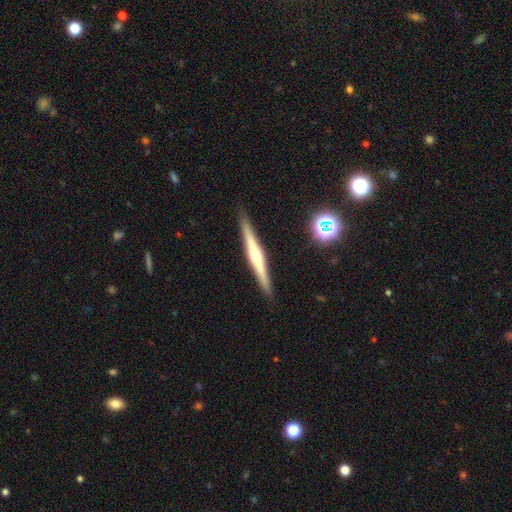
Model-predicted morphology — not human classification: Overall: featured or disk (70%). Edge-on disk: yes (98%). Edge-on bulge: rounded (79%). Merging: none (91%).